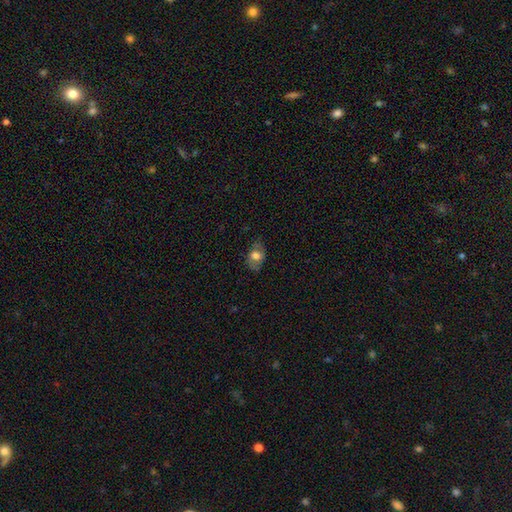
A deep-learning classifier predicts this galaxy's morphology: Q: Smooth or featured?
A: smooth (64%); runner-up: featured or disk (28%)
Q: How rounded?
A: in between (81%); runner-up: round (17%)
Q: Merging?
A: none (71%); runner-up: minor disturbance (21%)